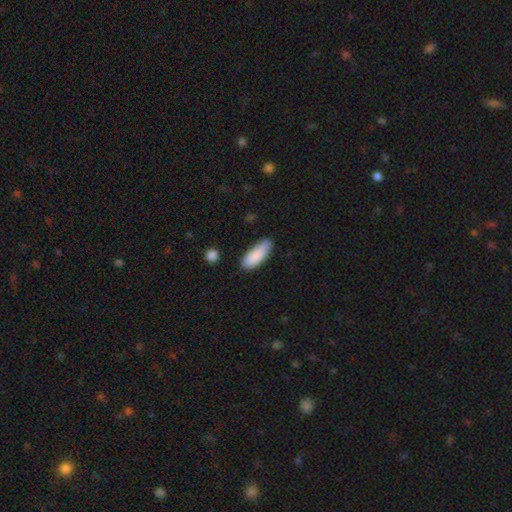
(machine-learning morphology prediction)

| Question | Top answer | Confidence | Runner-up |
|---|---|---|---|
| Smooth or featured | smooth | 89% | featured or disk (6%) |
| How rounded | in between | 71% | cigar-shaped (28%) |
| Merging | none | 78% | minor disturbance (17%) |